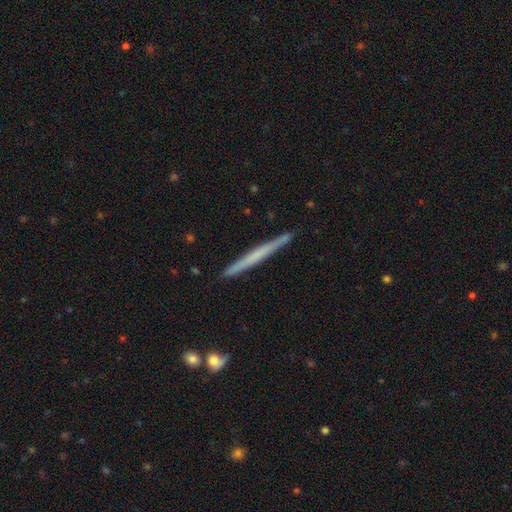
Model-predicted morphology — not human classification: type=featured or disk (49%); merging=none (90%).